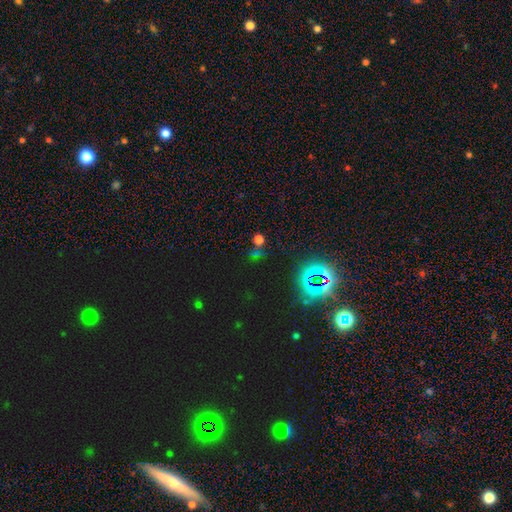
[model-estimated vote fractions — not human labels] smooth_or_featured: star or artifact (p=0.70) [alt: smooth p=0.22]